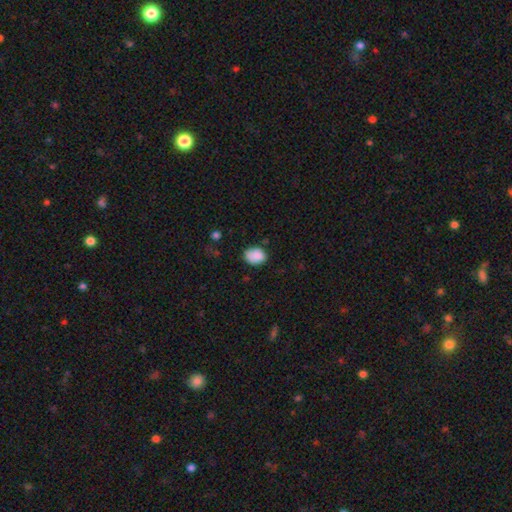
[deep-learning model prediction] Smooth or featured?
  - smooth: 86% *
  - star or artifact: 8%
  - featured or disk: 6%
How rounded?
  - in between: 59% *
  - round: 40%
  - cigar-shaped: 1%
Merging?
  - none: 68% *
  - minor disturbance: 25%
  - major disturbance: 5%
  - merger: 3%